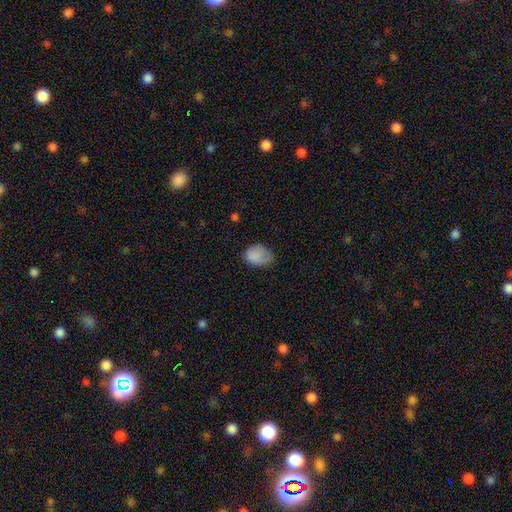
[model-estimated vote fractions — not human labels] smooth_or_featured: smooth (p=0.84) [alt: star or artifact p=0.09]
how_rounded: in between (p=0.73) [alt: round p=0.26]
merging: none (p=0.47) [alt: minor disturbance p=0.39]